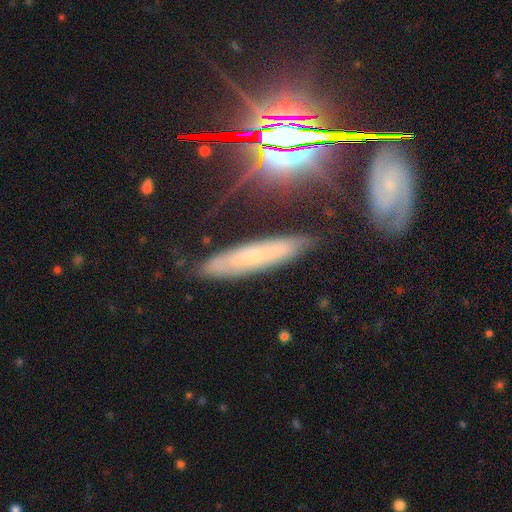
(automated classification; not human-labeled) Morphology: type=featured or disk (51%); edge-on=no (53%); merging=none (77%).